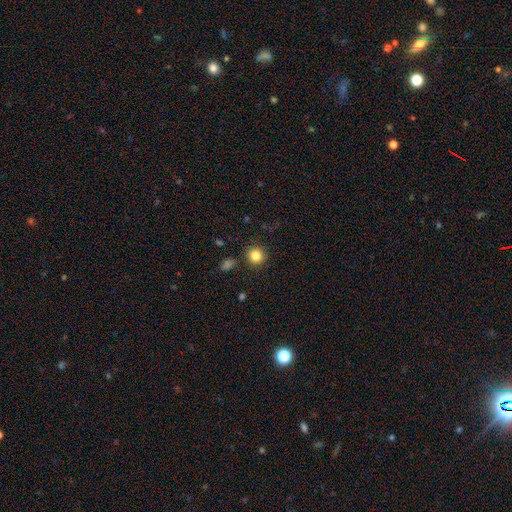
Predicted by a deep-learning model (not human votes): A smooth galaxy with no disk features (84%) that is round (92%).

Vote fractions:
- Smooth or featured? smooth: 84% / star or artifact: 11% / featured or disk: 5%
- How rounded? round: 92% / in between: 7% / cigar-shaped: 1%
- Merging? none: 89% / minor disturbance: 6% / merger: 2% / major disturbance: 2%